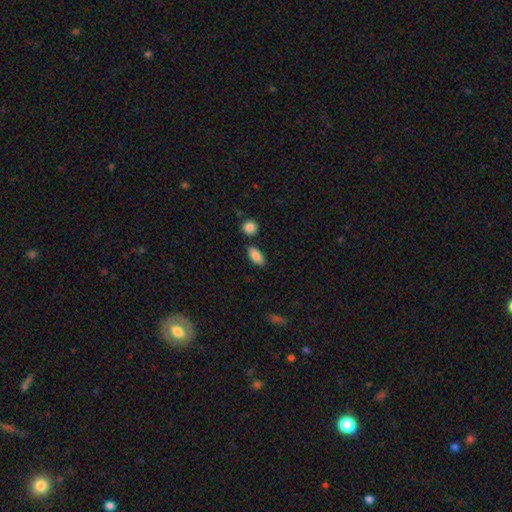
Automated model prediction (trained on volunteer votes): A smooth galaxy with no disk features (86%) that is in between round and cigar-shaped (85%). Merging: none (83%).